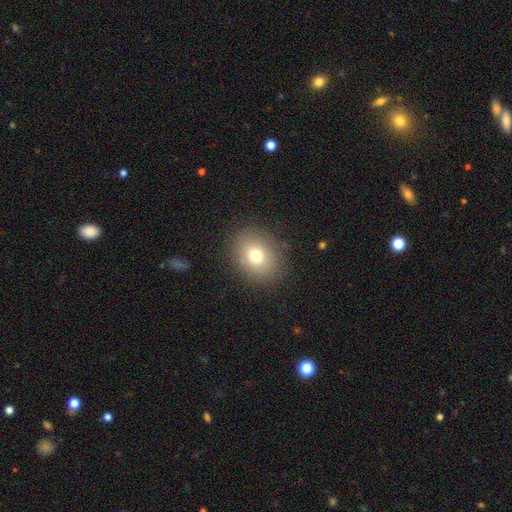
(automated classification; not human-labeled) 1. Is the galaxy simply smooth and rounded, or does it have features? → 74% smooth, 13% featured or disk, 13% star or artifact.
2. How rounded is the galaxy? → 54% round, 45% in between, 1% cigar-shaped.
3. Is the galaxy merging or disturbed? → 85% none, 10% minor disturbance, 4% major disturbance, 1% merger.